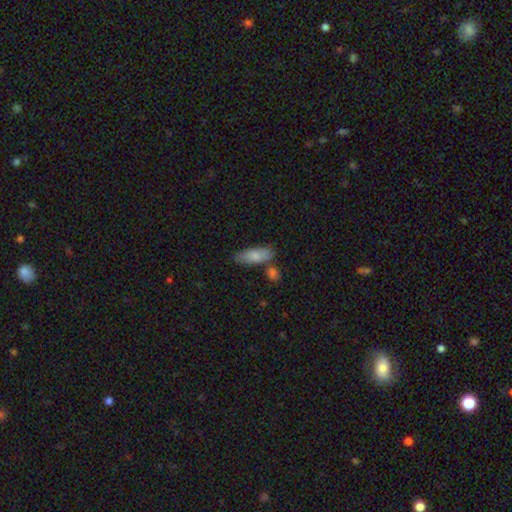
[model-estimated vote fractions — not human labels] This is likely a smooth galaxy (79%). How rounded: likely in between (68%). Merging: likely none (67%).